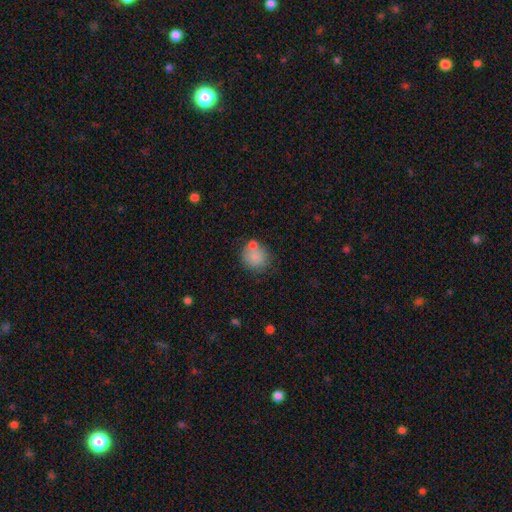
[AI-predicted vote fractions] The model was most divided on "merging": none: 56%, merger: 23%, minor disturbance: 15%, major disturbance: 6%. More confident: how rounded — round (82%); smooth or featured — smooth (80%).